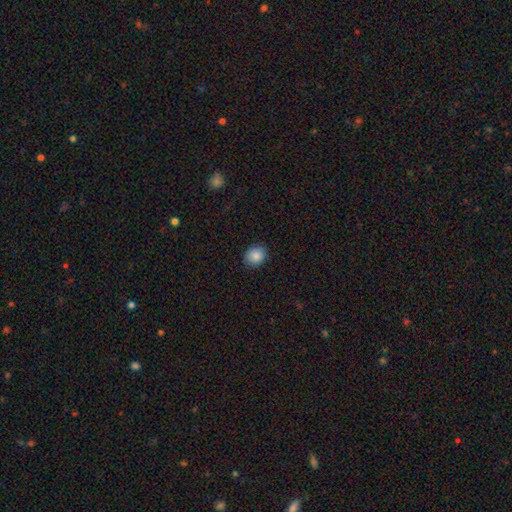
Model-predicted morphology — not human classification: A smooth galaxy with no disk features (86%) that is round (64%). Merging: none (89%).